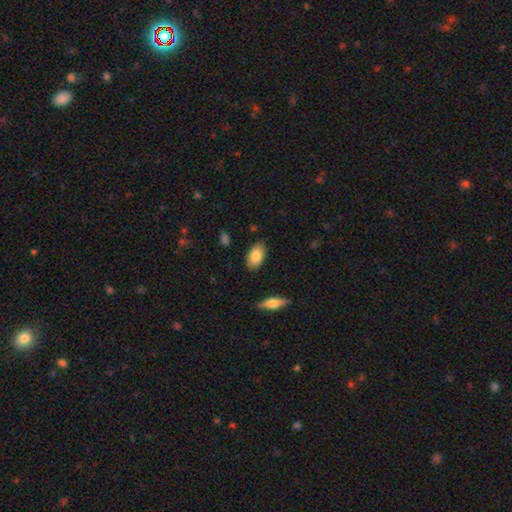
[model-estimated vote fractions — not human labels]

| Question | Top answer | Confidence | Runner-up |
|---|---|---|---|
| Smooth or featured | smooth | 84% | featured or disk (10%) |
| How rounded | in between | 93% | round (4%) |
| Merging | none | 85% | minor disturbance (11%) |